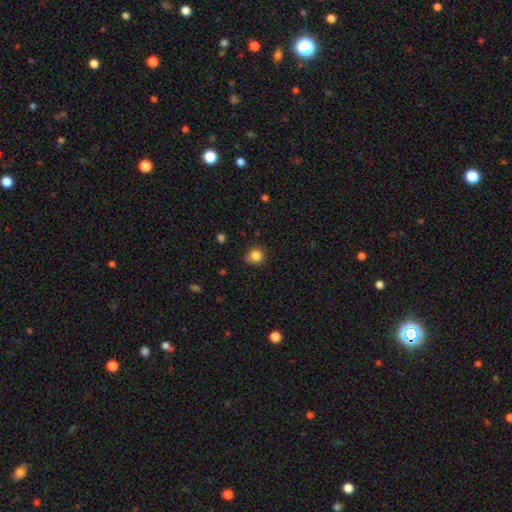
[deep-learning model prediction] Smooth or featured? smooth (84%)
How rounded? round (83%)
Merging? none (75%)